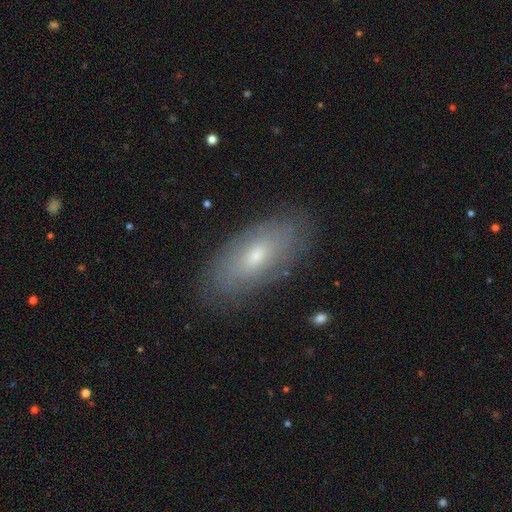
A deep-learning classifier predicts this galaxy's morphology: Smooth or featured: smooth — 50% (featured or disk — 42%)
Merging: none — 83% (minor disturbance — 13%)